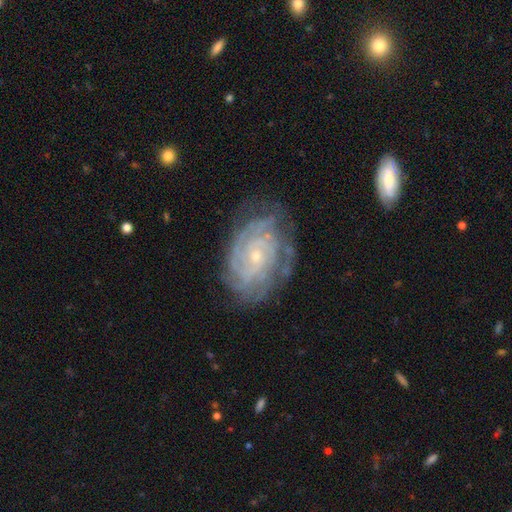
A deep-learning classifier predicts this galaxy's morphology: featured or disk 86%, smooth 8%, star or artifact 6%. Down the decision tree: edge-on disk — no (97%); bar — no (72%); spiral arms — yes (96%); spiral arm count — can't tell (36%); spiral winding — tight (76%); bulge size — small (78%); merging — none (72%).